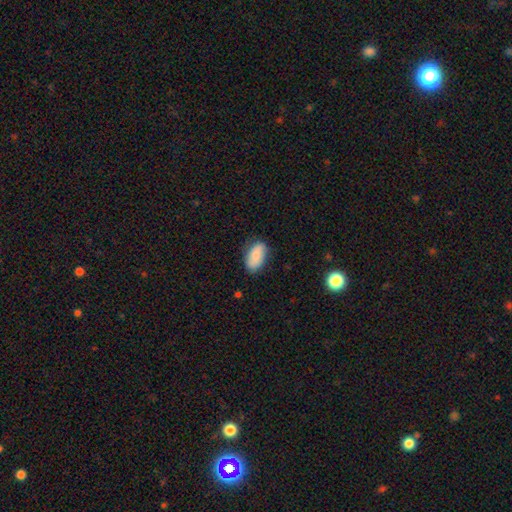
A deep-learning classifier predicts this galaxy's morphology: Smooth or featured? smooth (81%)
How rounded? in between (93%)
Merging? none (78%)